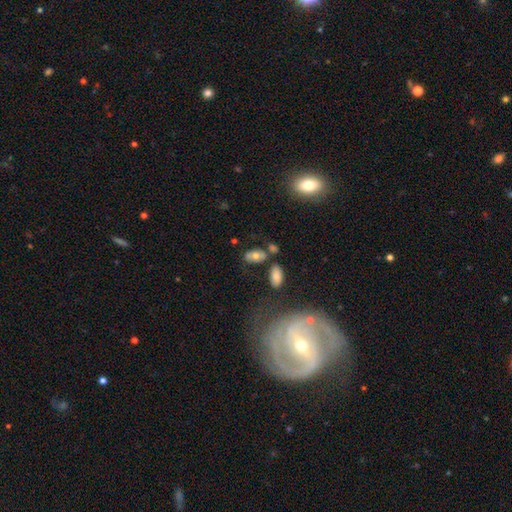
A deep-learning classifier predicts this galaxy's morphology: This is likely a smooth galaxy (68%). How rounded: clearly in between (91%). Merging: likely none (62%).